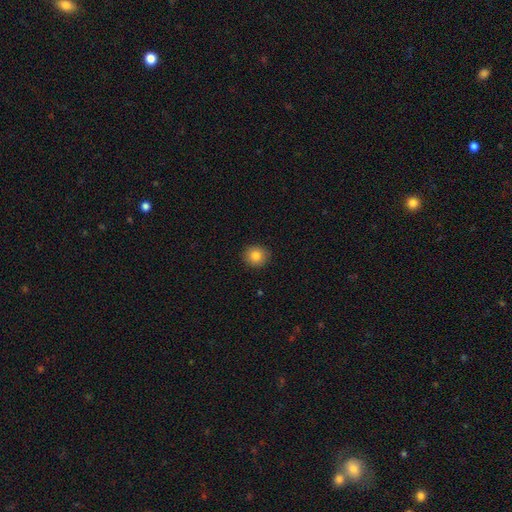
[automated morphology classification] Smooth or featured? smooth (83%)
How rounded? round (88%)
Merging? none (91%)